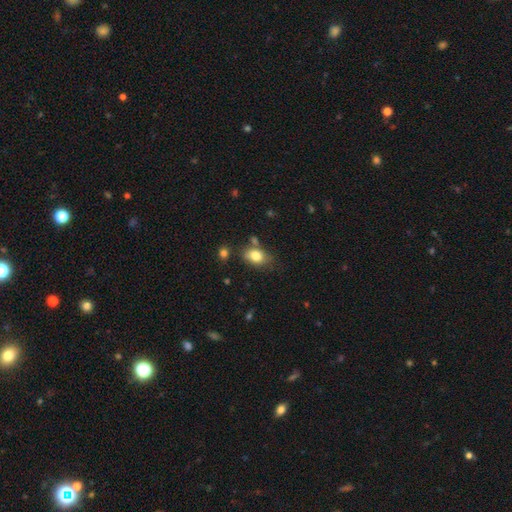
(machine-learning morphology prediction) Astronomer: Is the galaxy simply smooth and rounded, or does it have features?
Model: smooth — 81%.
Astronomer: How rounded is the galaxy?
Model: in between — 75%.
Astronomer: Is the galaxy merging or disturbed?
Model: none — 62%.